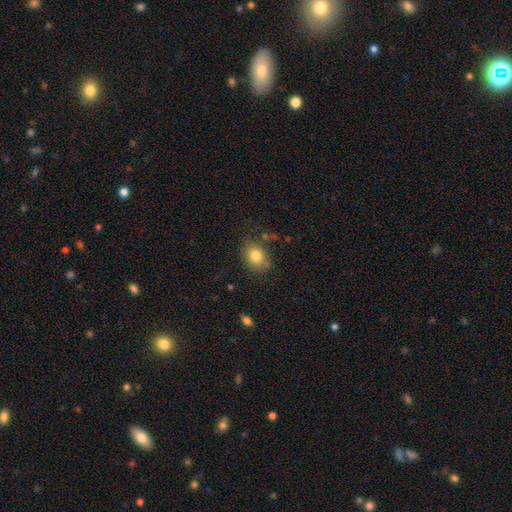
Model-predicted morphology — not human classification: Overall: smooth (80%). How rounded: in between (50%; round 49%). Merging: none (77%).